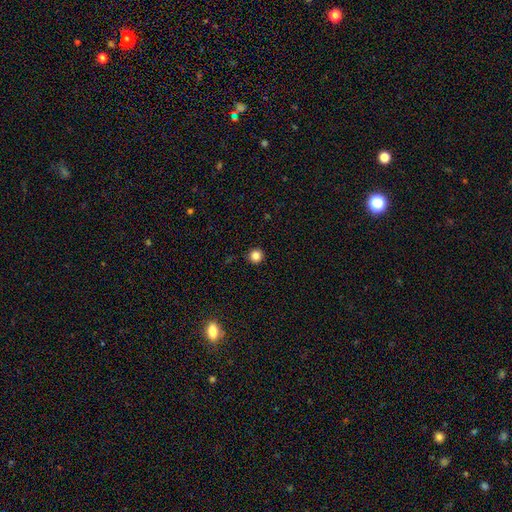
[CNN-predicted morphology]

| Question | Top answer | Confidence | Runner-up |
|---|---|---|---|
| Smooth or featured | smooth | 84% | star or artifact (12%) |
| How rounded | round | 96% | in between (3%) |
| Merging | none | 93% | minor disturbance (5%) |